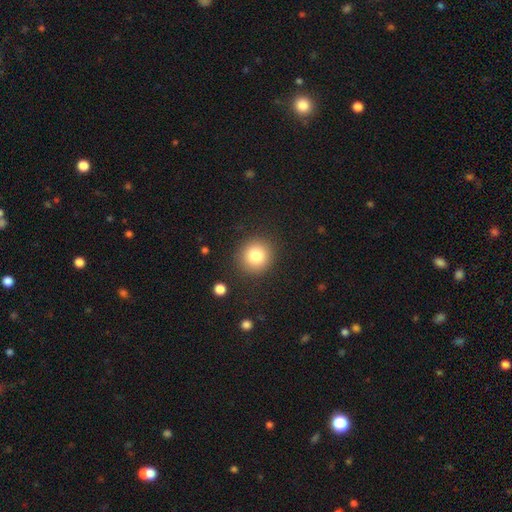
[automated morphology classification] smooth 81%, star or artifact 11%, featured or disk 8%. Down the decision tree: how rounded — round (92%); merging — none (89%).